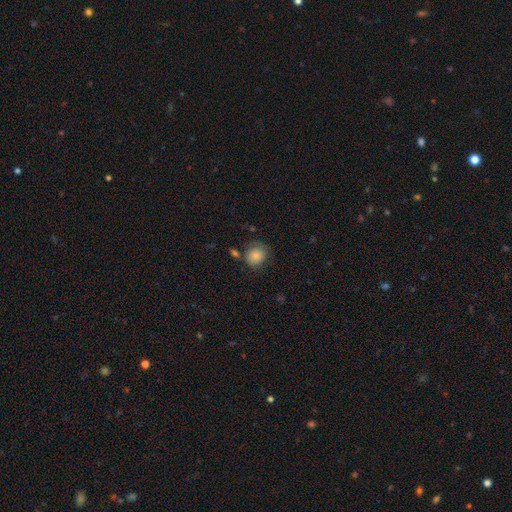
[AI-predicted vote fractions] The model was most divided on "merging": none: 68%, minor disturbance: 20%, major disturbance: 6%, merger: 6%. More confident: smooth or featured — smooth (84%); how rounded — round (79%).